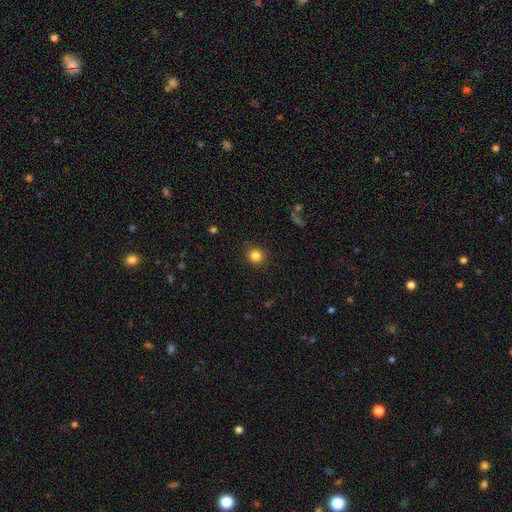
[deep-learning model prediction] Smooth or featured? smooth (84%)
How rounded? round (87%)
Merging? none (88%)